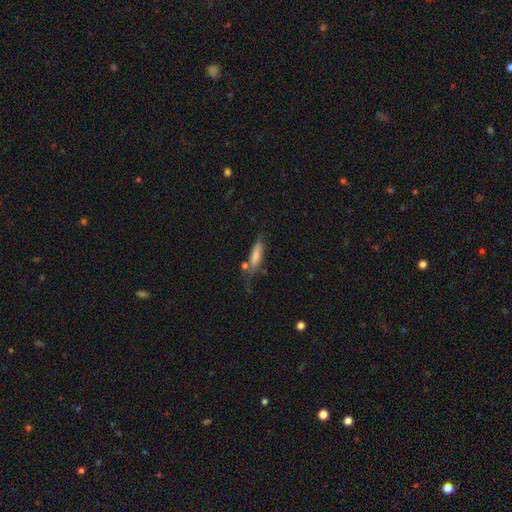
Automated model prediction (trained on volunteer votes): The model was most divided on "how rounded": cigar-shaped: 67%, in between: 31%, round: 2%. More confident: smooth or featured — smooth (74%); merging — none (59%).